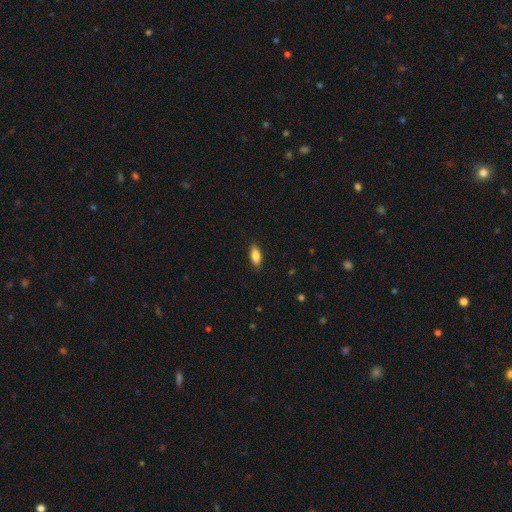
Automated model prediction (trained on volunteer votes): Smooth or featured? smooth (82%)
How rounded? in between (81%)
Merging? none (87%)